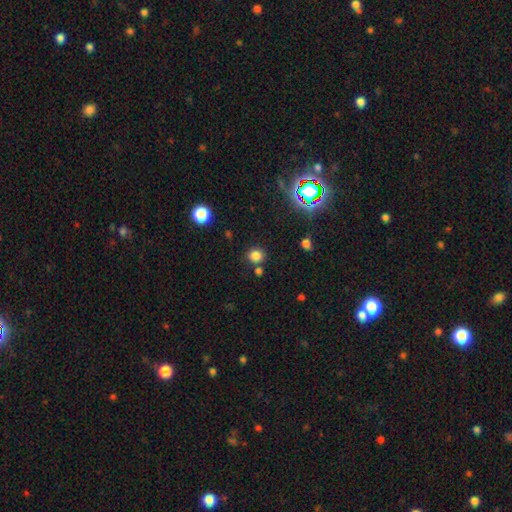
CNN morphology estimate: smooth 79%, star or artifact 16%, featured or disk 5%. Down the decision tree: how rounded — round (82%); merging — none (79%).